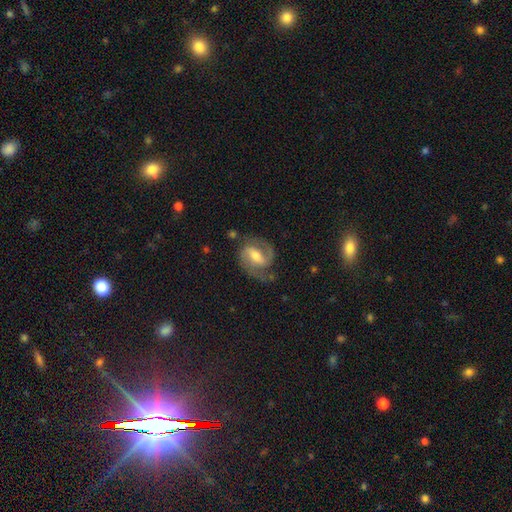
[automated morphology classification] smooth_or_featured: featured or disk (p=0.86) [alt: smooth p=0.09]
disk_edge_on: no (p=0.97) [alt: yes p=0.03]
bar: weak (p=0.45) [alt: strong p=0.40]
has_spiral_arms: yes (p=0.96) [alt: no p=0.04]
spiral_winding: medium (p=0.57) [alt: tight p=0.27]
spiral_arm_count: 2 (p=0.91) [alt: can't tell p=0.03]
bulge_size: moderate (p=0.60) [alt: small p=0.30]
merging: none (p=0.73) [alt: minor disturbance p=0.17]